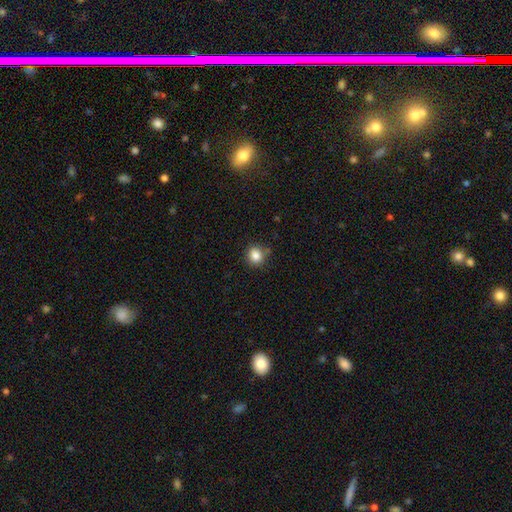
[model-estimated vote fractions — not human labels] Smooth or featured?
  - smooth: 85% *
  - star or artifact: 10%
  - featured or disk: 5%
How rounded?
  - round: 88% *
  - in between: 12%
  - cigar-shaped: 1%
Merging?
  - none: 85% *
  - minor disturbance: 9%
  - merger: 3%
  - major disturbance: 2%